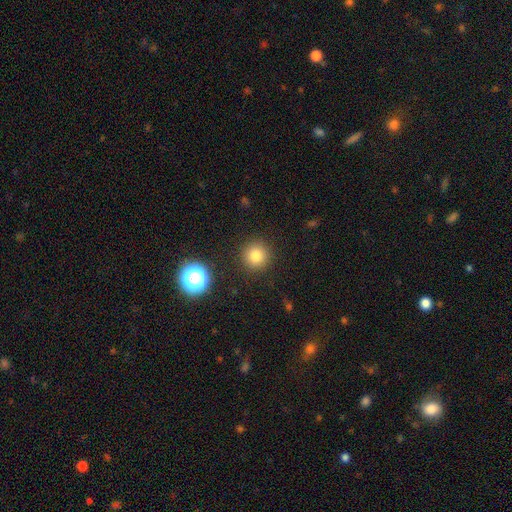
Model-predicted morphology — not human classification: The model was most divided on "smooth or featured": smooth: 80%, star or artifact: 13%, featured or disk: 7%. More confident: how rounded — round (95%); merging — none (90%).